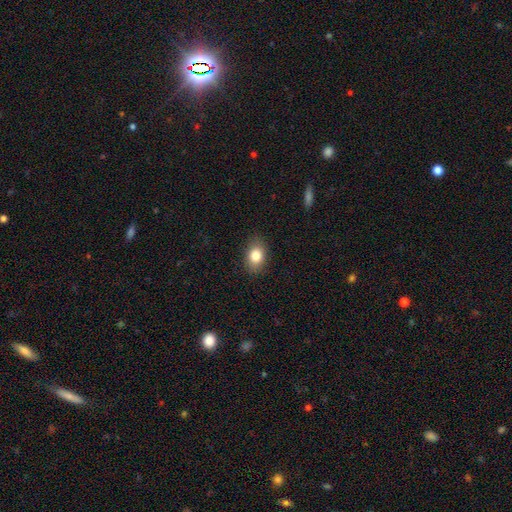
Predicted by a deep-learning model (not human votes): Morphology: type=smooth (82%); roundness=in between (79%); merging=none (86%).